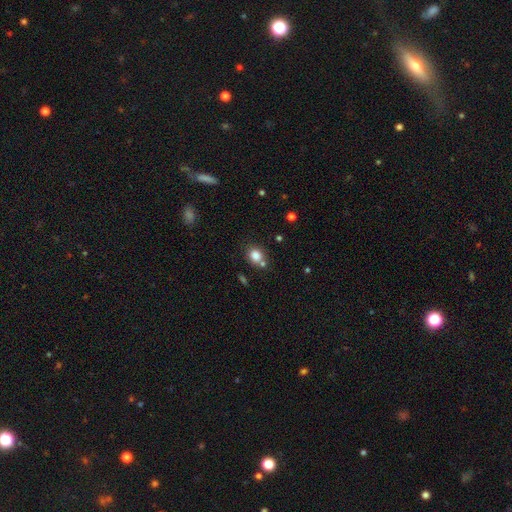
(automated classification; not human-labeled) Smooth or featured: smooth — 83% (star or artifact — 11%)
How rounded: round — 68% (in between — 31%)
Merging: none — 65% (merger — 17%)